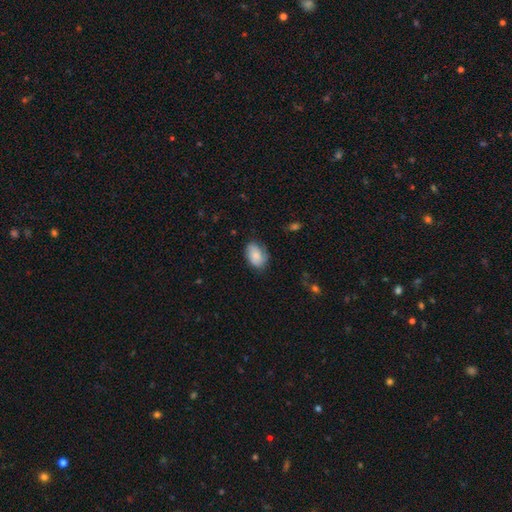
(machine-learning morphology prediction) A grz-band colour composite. It shows a smooth galaxy with no disk features (76%) that is in between round and cigar-shaped (85%). Merging: none (68%).